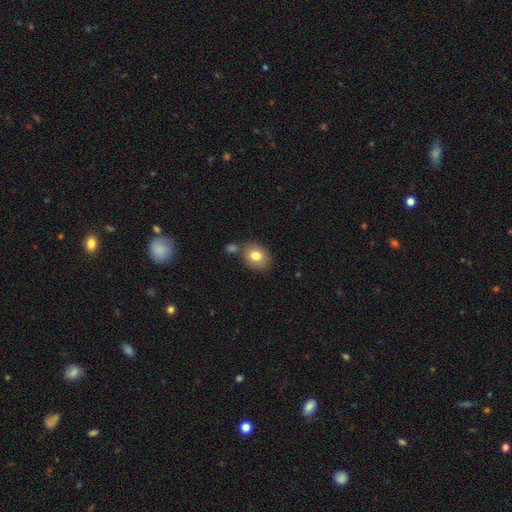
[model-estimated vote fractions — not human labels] Smooth or featured? smooth (80%)
How rounded? round (53%)
Merging? none (67%)